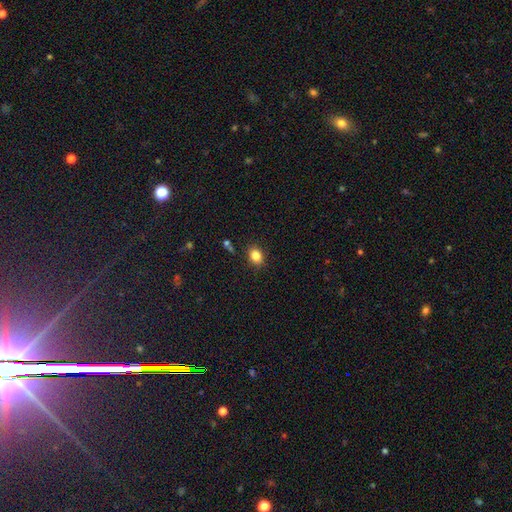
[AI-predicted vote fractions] A smooth galaxy with no disk features (83%) that is in between round and cigar-shaped (61%).

Vote fractions:
- Smooth or featured? smooth: 83% / star or artifact: 11% / featured or disk: 6%
- How rounded? in between: 61% / round: 38% / cigar-shaped: 1%
- Merging? none: 86% / minor disturbance: 10% / major disturbance: 3% / merger: 2%